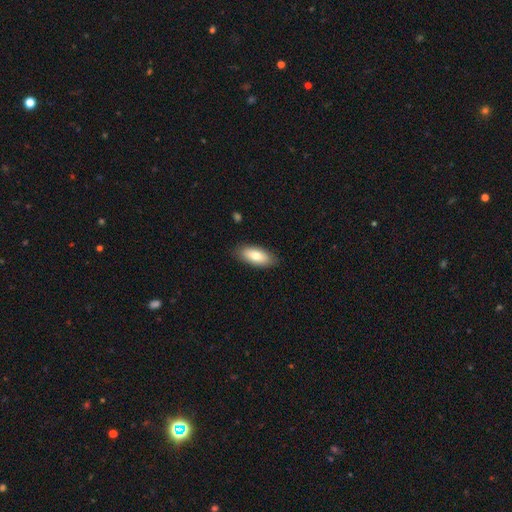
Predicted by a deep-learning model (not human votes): This is likely a smooth galaxy (76%). How rounded: clearly in between (84%). Merging: clearly none (87%).